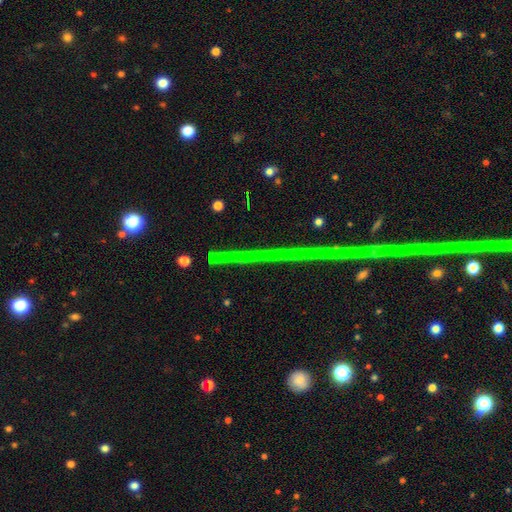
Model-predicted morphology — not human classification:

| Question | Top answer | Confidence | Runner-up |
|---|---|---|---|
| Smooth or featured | star or artifact | 77% | featured or disk (15%) |